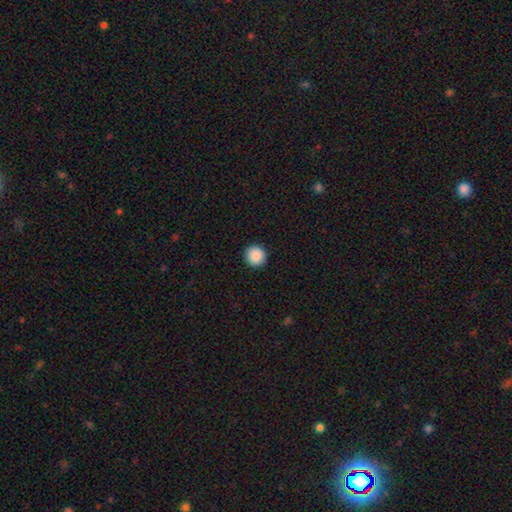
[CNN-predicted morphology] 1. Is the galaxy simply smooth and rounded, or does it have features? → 89% smooth, 8% star or artifact, 3% featured or disk.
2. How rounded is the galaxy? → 95% round, 4% in between, 1% cigar-shaped.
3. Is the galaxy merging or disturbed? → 93% none, 5% minor disturbance, 2% major disturbance, 1% merger.